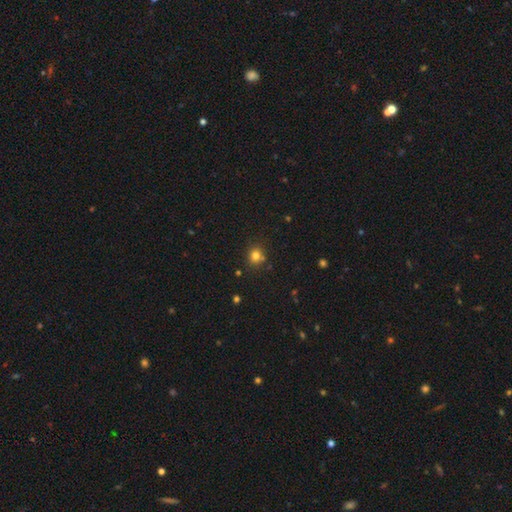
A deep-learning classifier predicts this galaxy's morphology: Smooth or featured? Predicted: smooth (p=0.78). How rounded? Predicted: round (p=0.82). Merging? Predicted: none (p=0.77).